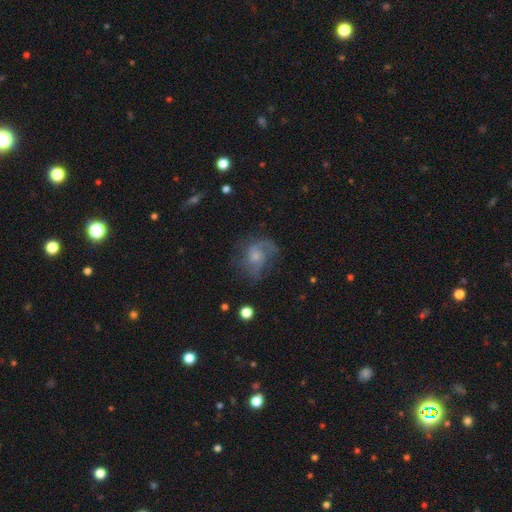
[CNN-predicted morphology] Q: Smooth or featured?
A: featured or disk (57%); runner-up: smooth (31%)
Q: Edge-on disk?
A: no (97%); runner-up: yes (3%)
Q: Bar?
A: no (77%); runner-up: weak (20%)
Q: Spiral arms?
A: yes (75%); runner-up: no (25%)
Q: Bulge size?
A: small (53%); runner-up: moderate (31%)
Q: Merging?
A: none (46%); runner-up: major disturbance (28%)